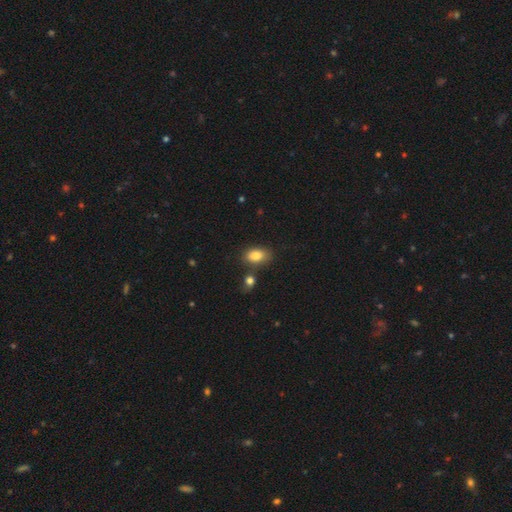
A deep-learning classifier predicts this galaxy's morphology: Smooth or featured? smooth (84%)
How rounded? in between (87%)
Merging? none (69%)